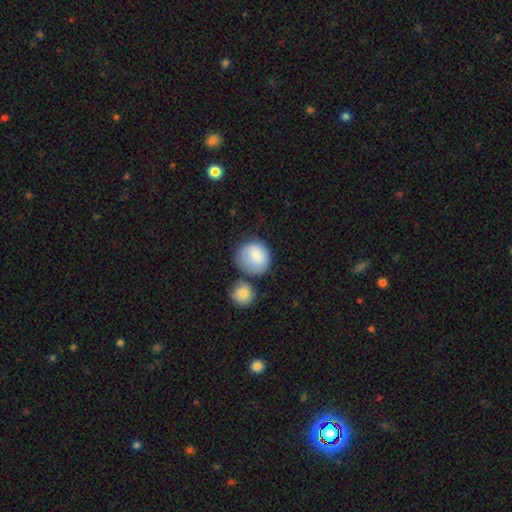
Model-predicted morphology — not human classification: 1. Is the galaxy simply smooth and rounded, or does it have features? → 83% smooth, 11% featured or disk, 7% star or artifact.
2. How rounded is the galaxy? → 88% round, 11% in between, 1% cigar-shaped.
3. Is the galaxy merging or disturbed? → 58% none, 19% merger, 18% minor disturbance, 6% major disturbance.